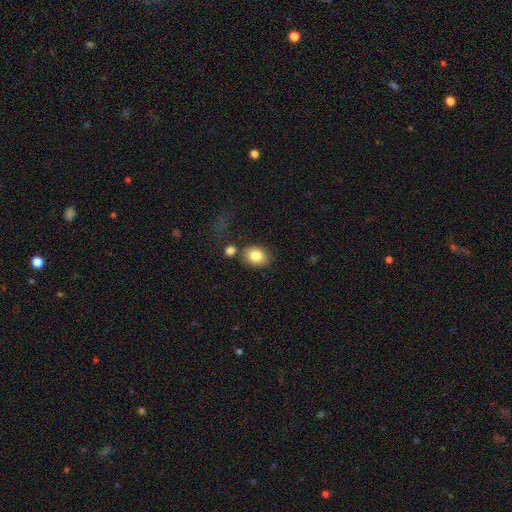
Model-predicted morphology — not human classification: Q: Smooth or featured?
A: smooth (83%); runner-up: star or artifact (9%)
Q: How rounded?
A: in between (53%); runner-up: round (46%)
Q: Merging?
A: none (75%); runner-up: minor disturbance (12%)